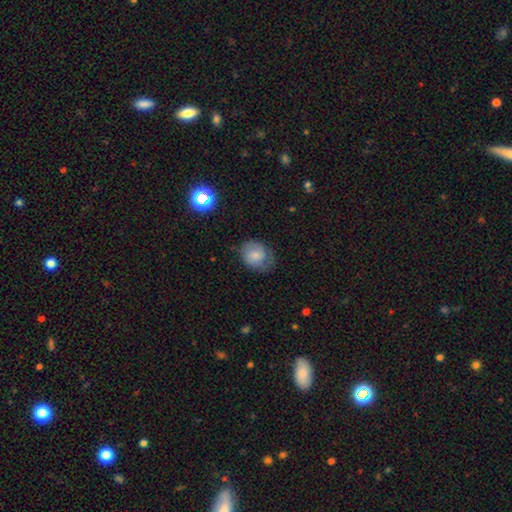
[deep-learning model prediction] Overall: smooth (72%). How rounded: round (52%; in between 47%). Merging: none (59%; minor disturbance 28%).